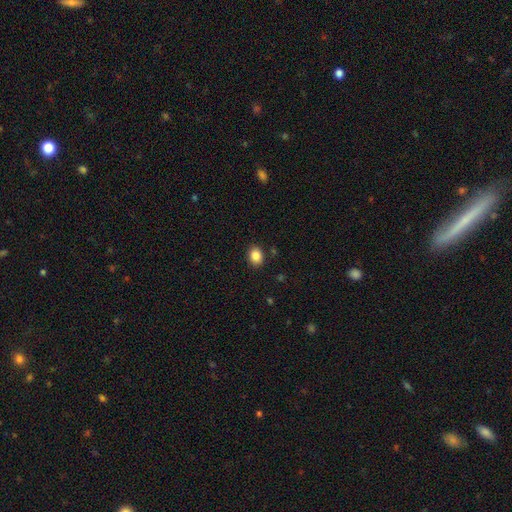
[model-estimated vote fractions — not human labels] A smooth galaxy with no disk features (86%) that is in between round and cigar-shaped (56%). Merging: none (89%).